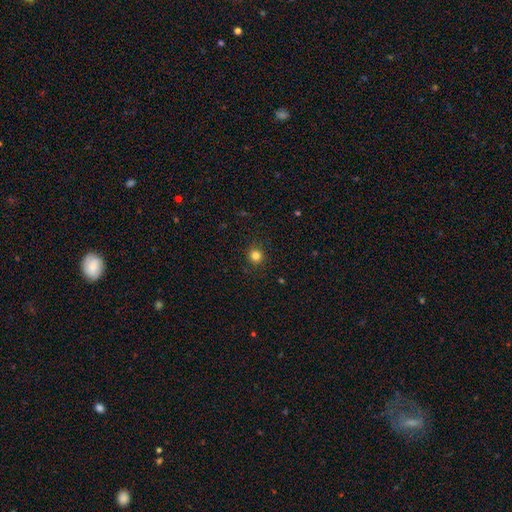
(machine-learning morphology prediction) Smooth or featured: smooth — 82% (star or artifact — 14%)
How rounded: round — 93% (in between — 6%)
Merging: none — 91% (minor disturbance — 6%)